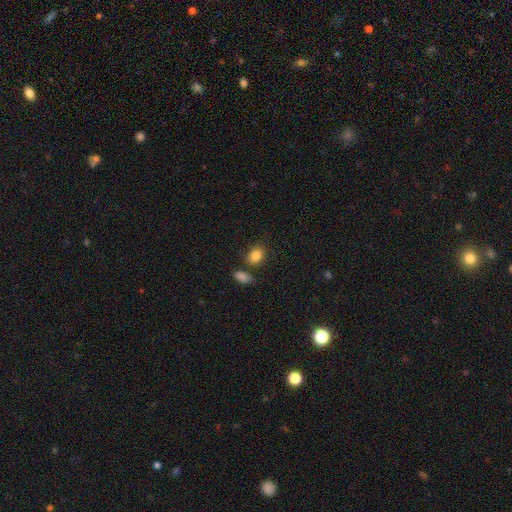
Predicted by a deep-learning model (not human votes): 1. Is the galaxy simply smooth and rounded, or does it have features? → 84% smooth, 10% star or artifact, 6% featured or disk.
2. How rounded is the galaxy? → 58% in between, 41% round, 1% cigar-shaped.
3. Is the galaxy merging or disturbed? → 72% none, 13% minor disturbance, 11% merger, 4% major disturbance.